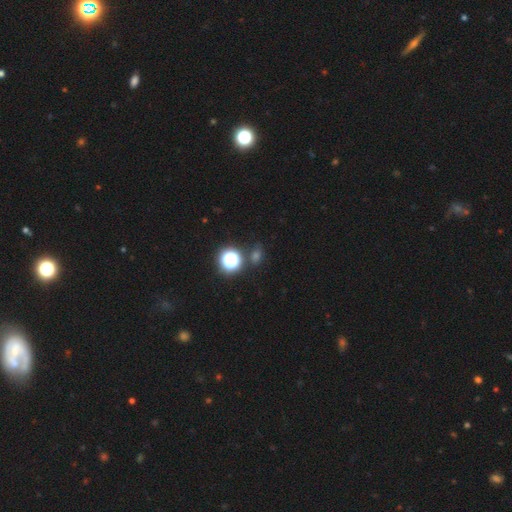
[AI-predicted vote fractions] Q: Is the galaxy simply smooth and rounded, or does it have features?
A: star or artifact — 53%.